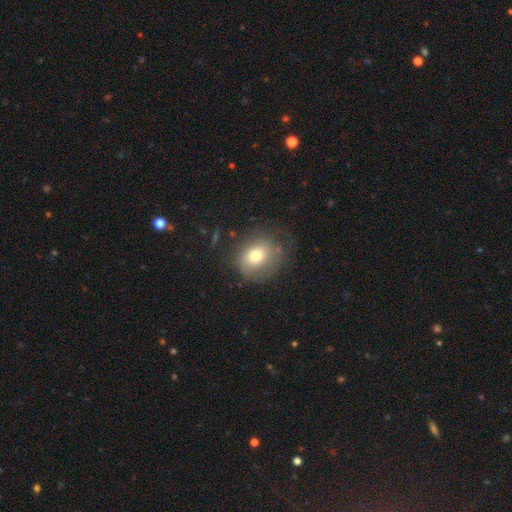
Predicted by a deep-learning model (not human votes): A smooth galaxy with no disk features (71%) that is round (67%). Merging: none (60%).